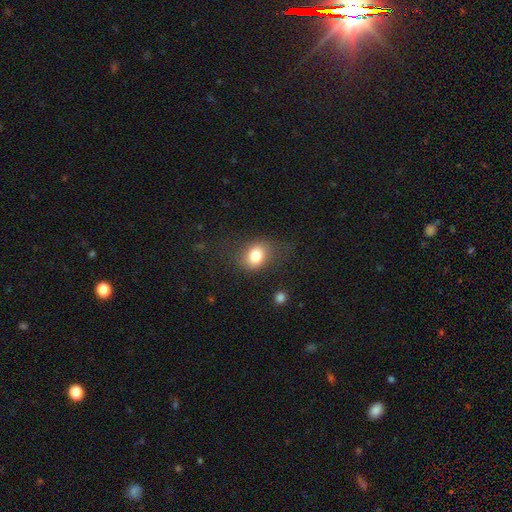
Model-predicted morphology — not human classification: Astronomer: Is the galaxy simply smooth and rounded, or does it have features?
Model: smooth — 80%.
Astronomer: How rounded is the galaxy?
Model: in between — 53% (runner-up: round, 46%).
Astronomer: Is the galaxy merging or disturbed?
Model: none — 68%.